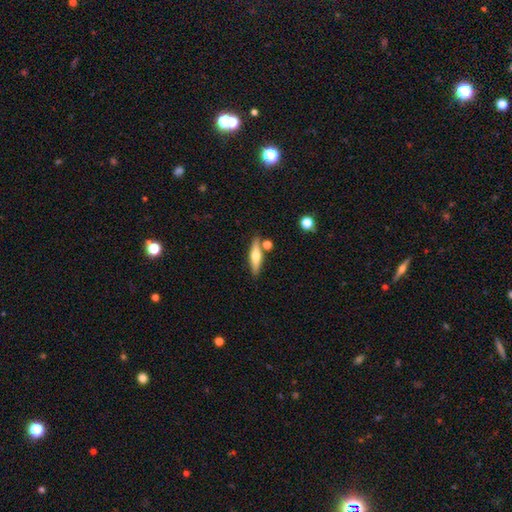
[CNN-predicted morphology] This appears to be a featured or disk galaxy (49%). Merging: none (78%).